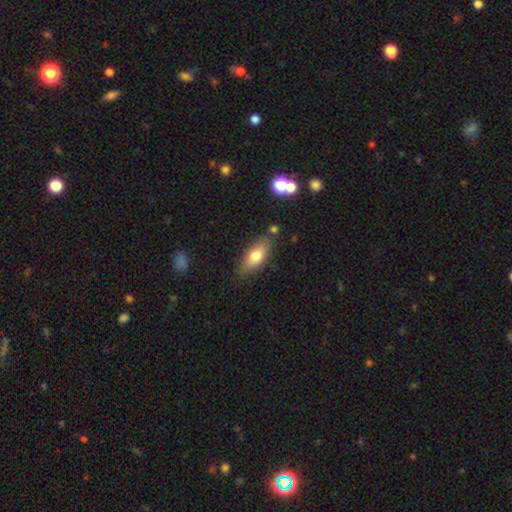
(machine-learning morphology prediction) smooth_or_featured: smooth (p=0.71) [alt: featured or disk p=0.22]
how_rounded: in between (p=0.73) [alt: cigar-shaped p=0.23]
merging: none (p=0.79) [alt: minor disturbance p=0.14]